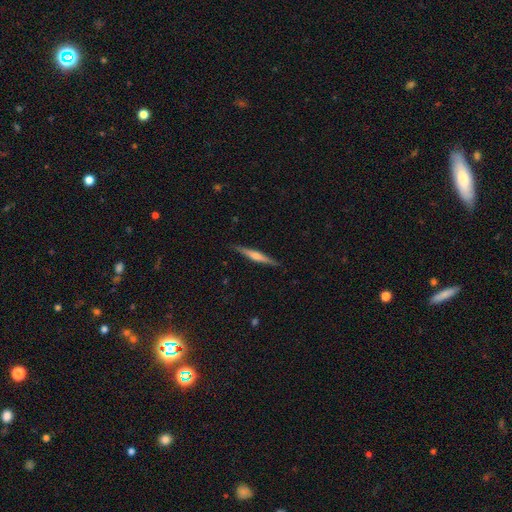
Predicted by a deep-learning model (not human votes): A featured or disk galaxy (64%) viewed edge-on (98%) with a rounded central bulge (75%).

Vote fractions:
- Smooth or featured? featured or disk: 64% / smooth: 30% / star or artifact: 6%
- Edge-on disk? yes: 98% / no: 2%
- Edge-on bulge? rounded: 75% / none: 14% / boxy: 11%
- Merging? none: 90% / minor disturbance: 7% / major disturbance: 1% / merger: 1%